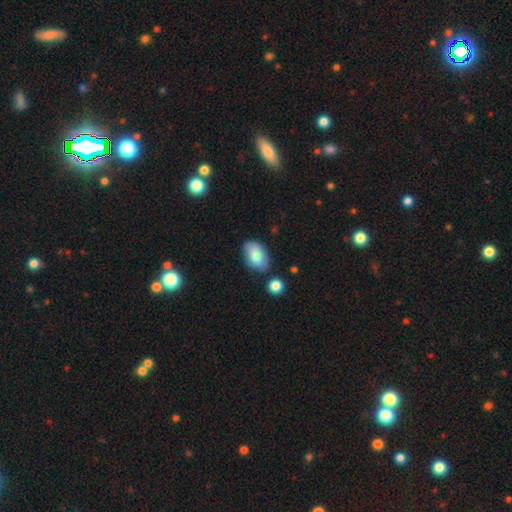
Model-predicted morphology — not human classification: This appears to be a smooth galaxy with no disk features (80%) that is in between round and cigar-shaped (92%). Merging: none (70%).